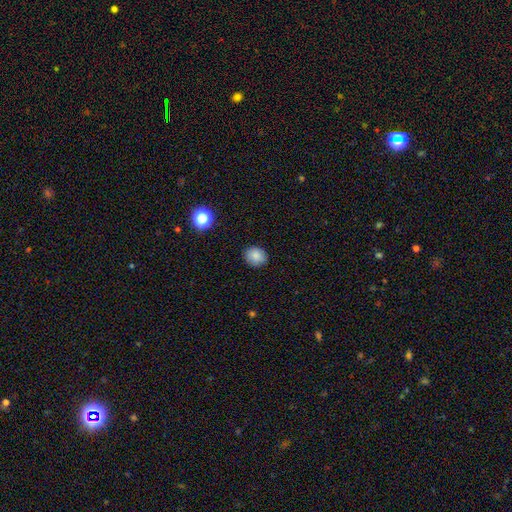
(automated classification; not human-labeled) Q: Smooth or featured?
A: smooth (85%); runner-up: star or artifact (10%)
Q: How rounded?
A: round (70%); runner-up: in between (29%)
Q: Merging?
A: none (88%); runner-up: minor disturbance (8%)